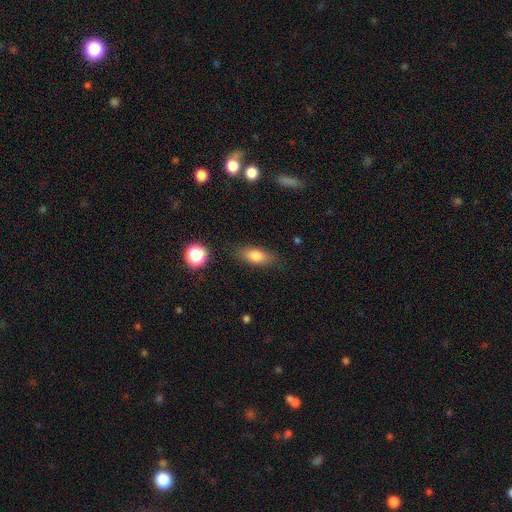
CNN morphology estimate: type=smooth (78%); roundness=in between (76%); merging=none (82%).